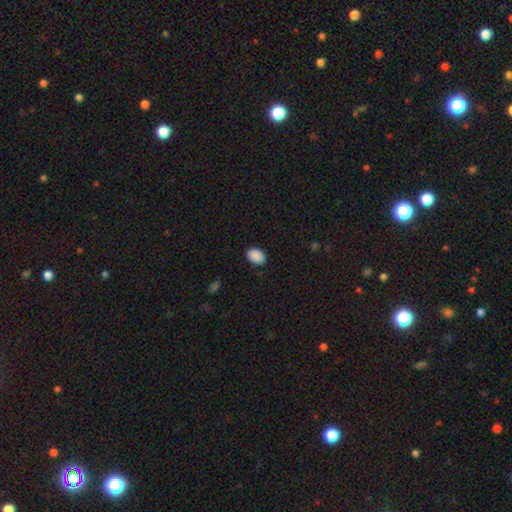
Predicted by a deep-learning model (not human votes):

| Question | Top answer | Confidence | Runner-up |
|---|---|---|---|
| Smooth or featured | smooth | 90% | star or artifact (7%) |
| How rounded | in between | 81% | round (18%) |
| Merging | none | 87% | minor disturbance (10%) |